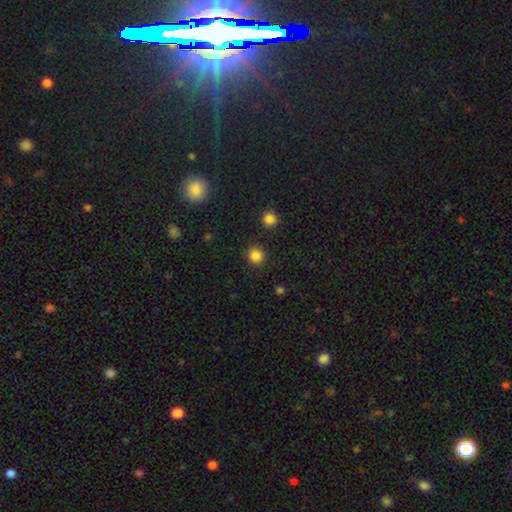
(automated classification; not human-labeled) Smooth or featured: smooth — 85% (star or artifact — 12%)
How rounded: round — 91% (in between — 8%)
Merging: none — 90% (minor disturbance — 6%)